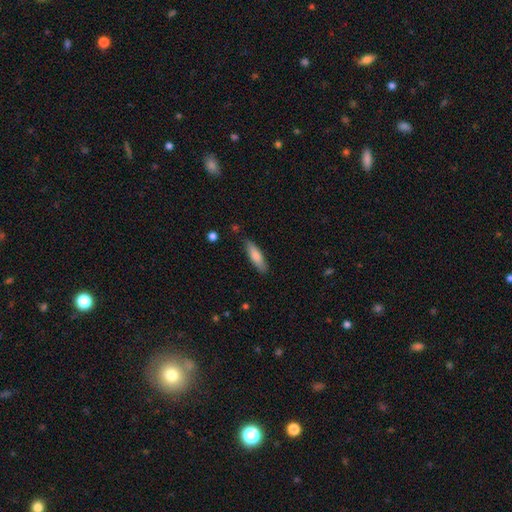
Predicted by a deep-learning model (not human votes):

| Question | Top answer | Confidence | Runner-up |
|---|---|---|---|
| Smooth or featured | smooth | 79% | featured or disk (15%) |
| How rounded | cigar-shaped | 60% | in between (38%) |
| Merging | none | 85% | minor disturbance (12%) |